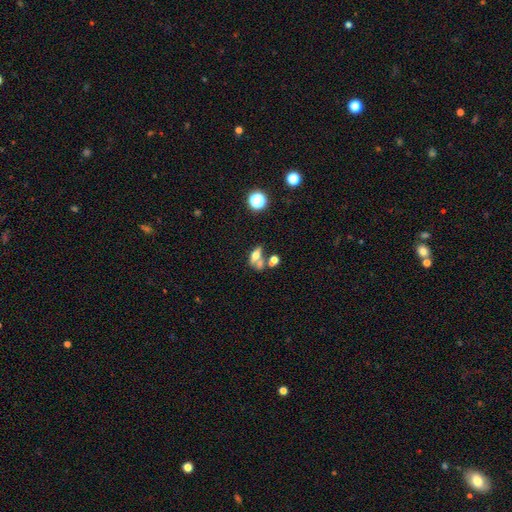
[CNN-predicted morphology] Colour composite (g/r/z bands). It shows a smooth galaxy with no disk features (52%) that is in between round and cigar-shaped (71%). Merging: merger (45%).